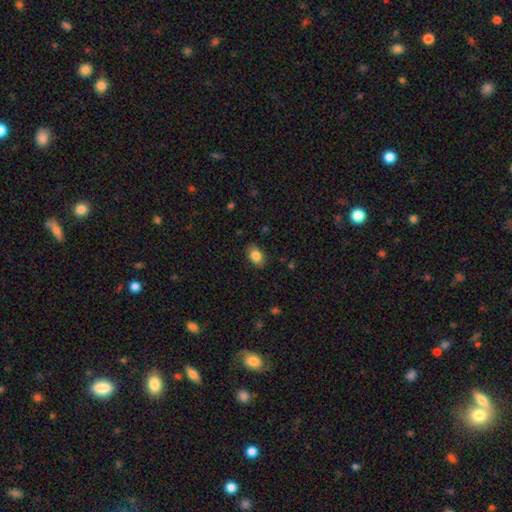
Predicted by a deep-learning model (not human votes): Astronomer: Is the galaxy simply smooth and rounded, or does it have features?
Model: smooth — 84%.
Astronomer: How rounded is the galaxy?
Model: in between — 86%.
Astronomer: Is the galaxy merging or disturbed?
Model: none — 85%.